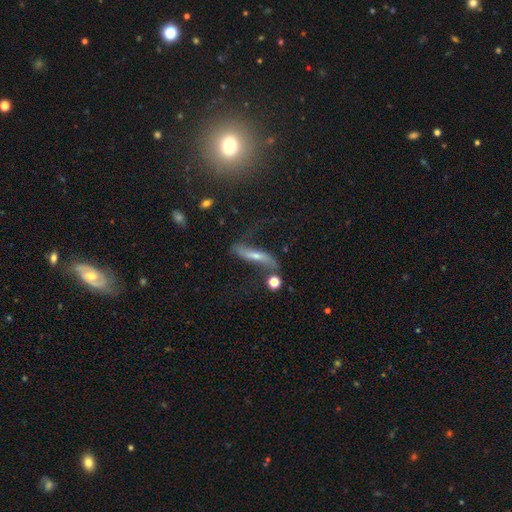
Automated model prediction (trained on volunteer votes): Smooth or featured? featured or disk (68%)
Edge-on disk? no (59%)
Merging? none (54%)